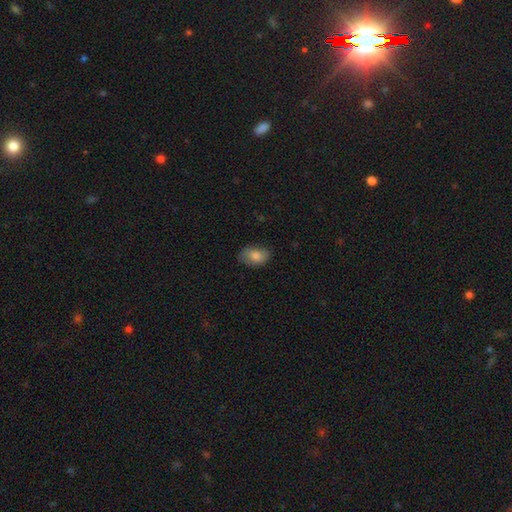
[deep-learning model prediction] Q: Smooth or featured?
A: smooth (80%); runner-up: featured or disk (12%)
Q: How rounded?
A: in between (85%); runner-up: round (14%)
Q: Merging?
A: none (74%); runner-up: minor disturbance (20%)